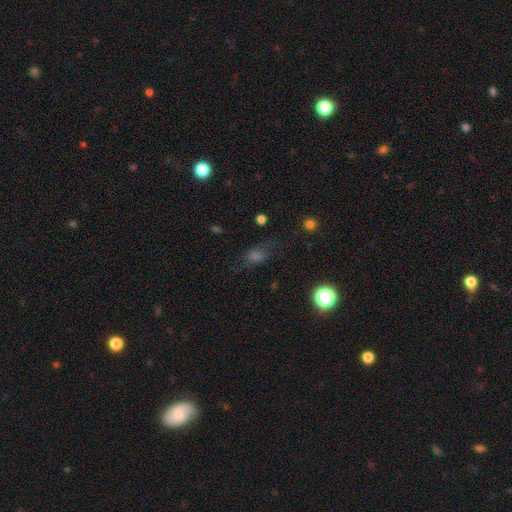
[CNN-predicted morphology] A smooth galaxy with no disk features (56%) that is in between round and cigar-shaped (62%). Merging: none (66%).